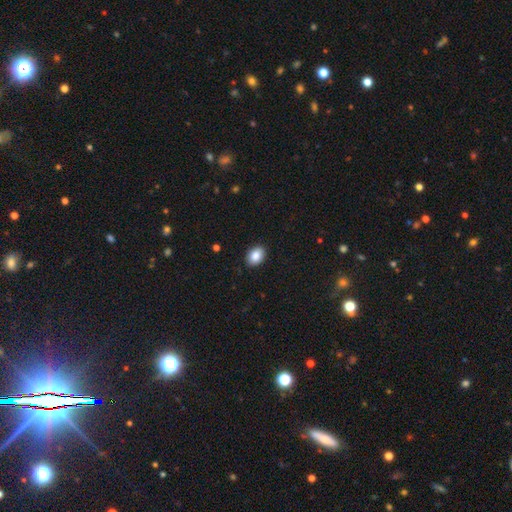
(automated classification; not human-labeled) Smooth or featured: smooth — 88% (star or artifact — 7%)
How rounded: in between — 79% (round — 20%)
Merging: none — 89% (minor disturbance — 8%)